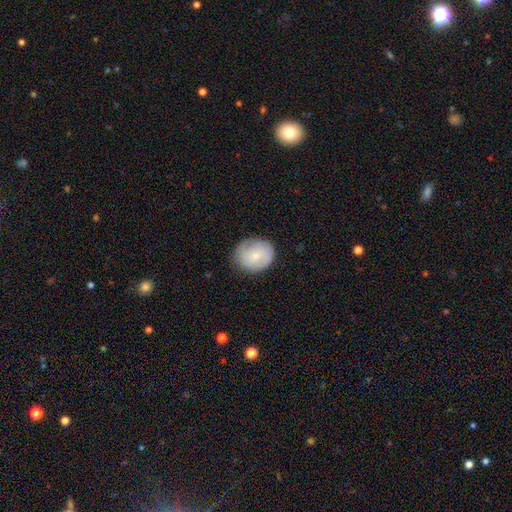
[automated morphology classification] Smooth or featured? Predicted: smooth (p=0.70). How rounded? Predicted: round (p=0.71). Merging? Predicted: none (p=0.73).